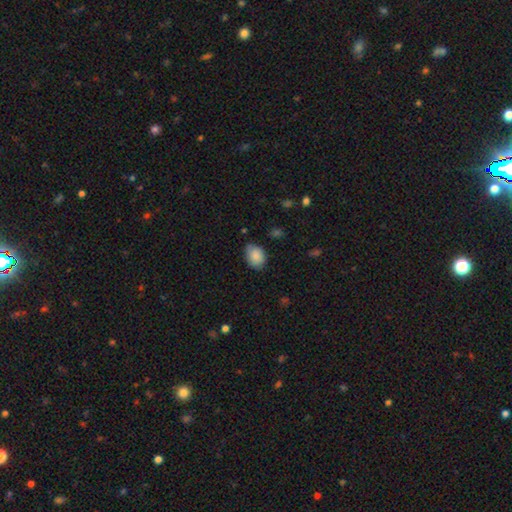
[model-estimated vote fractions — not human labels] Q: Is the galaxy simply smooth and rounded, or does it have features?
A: smooth — 87%.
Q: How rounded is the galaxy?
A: in between — 72%.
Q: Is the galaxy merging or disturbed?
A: none — 73%.